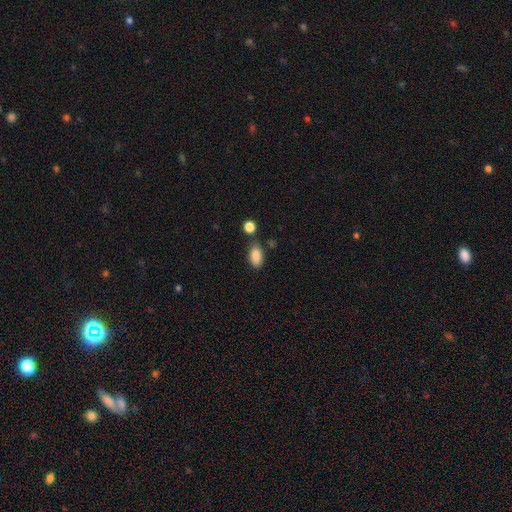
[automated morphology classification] Smooth or featured?
  - smooth: 87% *
  - star or artifact: 8%
  - featured or disk: 5%
How rounded?
  - in between: 91% *
  - round: 6%
  - cigar-shaped: 3%
Merging?
  - none: 73% *
  - minor disturbance: 15%
  - merger: 8%
  - major disturbance: 4%